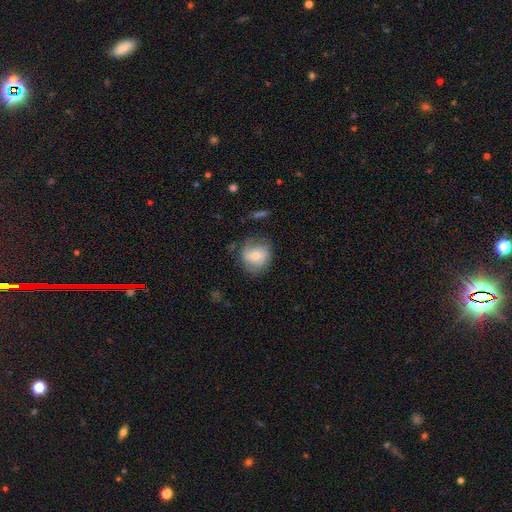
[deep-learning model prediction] A smooth galaxy with no disk features (54%) that is round (75%). Merging: none (65%).